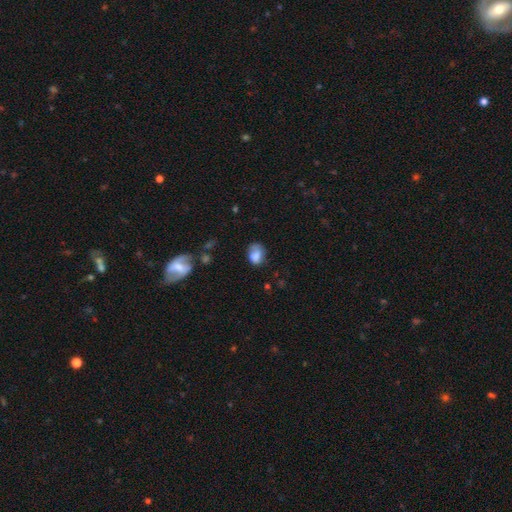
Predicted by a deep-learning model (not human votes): Overall: smooth (77%). How rounded: in between (67%; round 32%). Merging: none (49%; minor disturbance 32%).